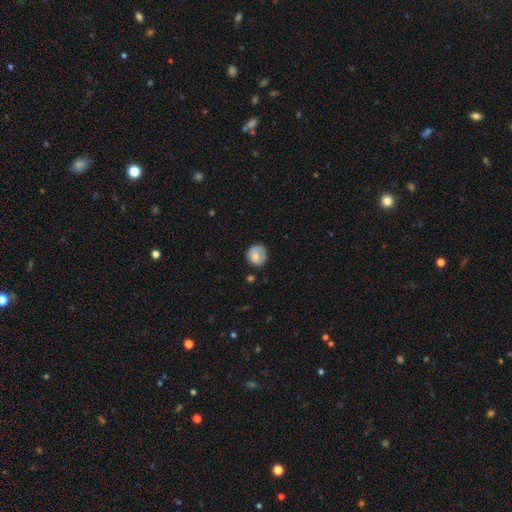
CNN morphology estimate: smooth_or_featured: smooth (p=0.73) [alt: featured or disk p=0.20]
how_rounded: round (p=0.84) [alt: in between p=0.15]
merging: none (p=0.64) [alt: minor disturbance p=0.25]